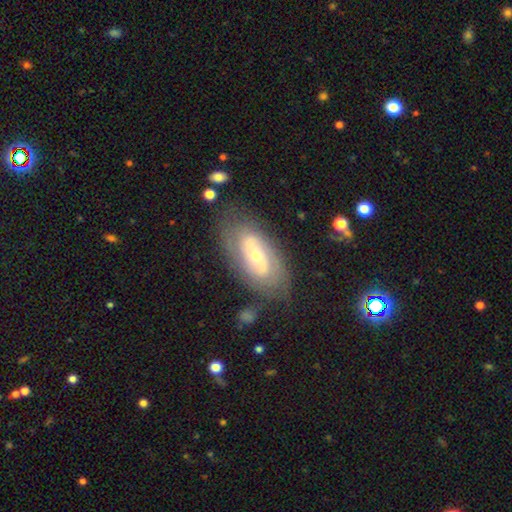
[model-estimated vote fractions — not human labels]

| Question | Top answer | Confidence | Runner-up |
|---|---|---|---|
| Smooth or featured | featured or disk | 71% | smooth (23%) |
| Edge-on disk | no | 91% | yes (9%) |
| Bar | no | 46% | weak (35%) |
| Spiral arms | yes | 74% | no (26%) |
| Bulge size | small | 49% | moderate (46%) |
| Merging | none | 73% | minor disturbance (17%) |